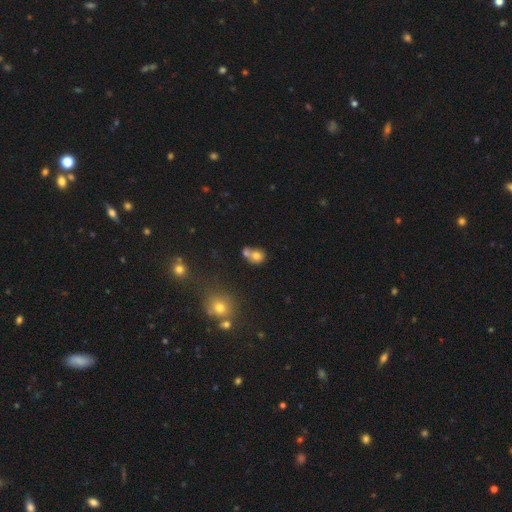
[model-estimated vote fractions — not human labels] Smooth or featured? Predicted: smooth (p=0.71). How rounded? Predicted: round (p=0.62). Merging? Predicted: merger (p=0.55).